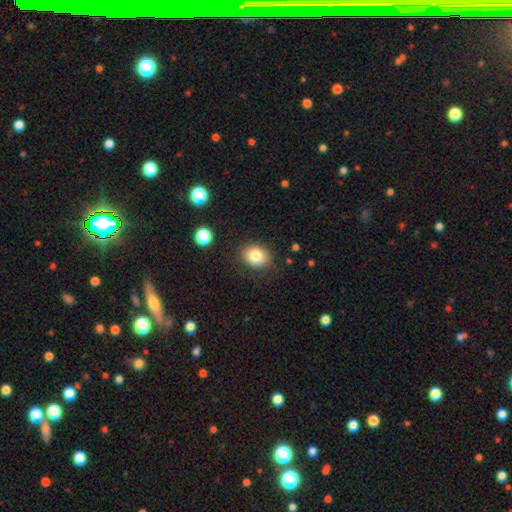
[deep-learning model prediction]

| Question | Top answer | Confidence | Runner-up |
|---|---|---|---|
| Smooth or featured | smooth | 82% | star or artifact (10%) |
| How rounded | in between | 50% | round (49%) |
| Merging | none | 84% | minor disturbance (11%) |